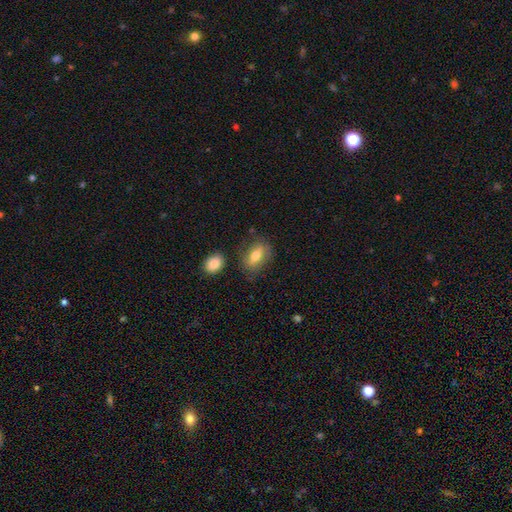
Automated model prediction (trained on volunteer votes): Smooth or featured? smooth (64%)
How rounded? in between (78%)
Merging? none (74%)